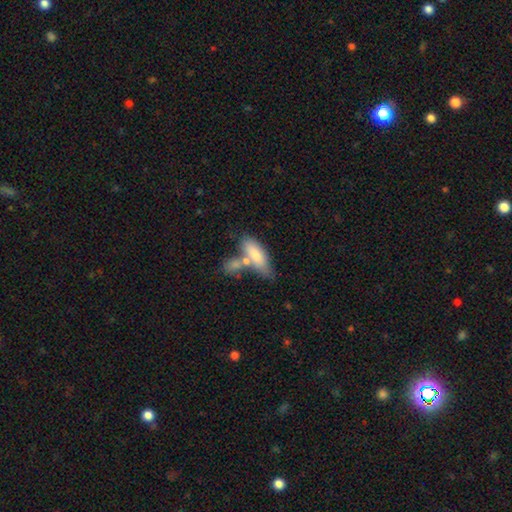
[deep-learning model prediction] This appears to be a smooth galaxy with no disk features (73%) that is in between round and cigar-shaped (66%). Merging: none (43%).